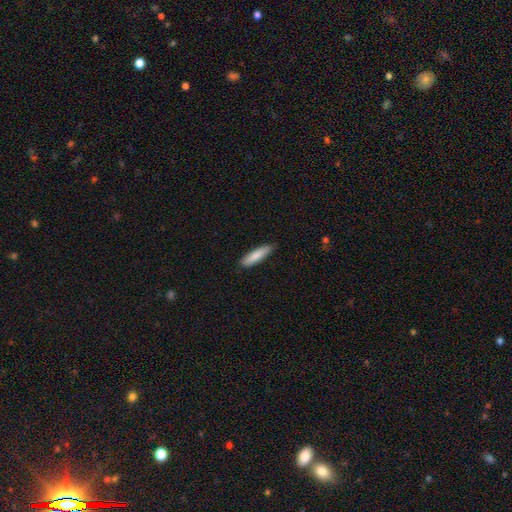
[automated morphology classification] Smooth or featured? smooth (83%)
How rounded? cigar-shaped (70%)
Merging? none (84%)